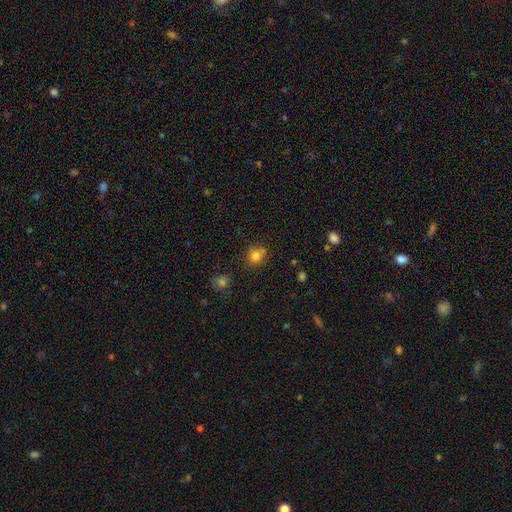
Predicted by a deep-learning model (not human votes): Smooth or featured? Predicted: smooth (p=0.79). How rounded? Predicted: round (p=0.82). Merging? Predicted: none (p=0.68).